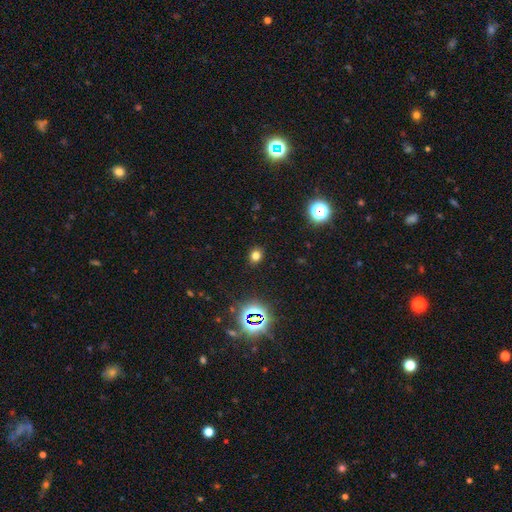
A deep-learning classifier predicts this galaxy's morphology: Smooth or featured: smooth — 72% (star or artifact — 22%)
How rounded: round — 66% (in between — 33%)
Merging: none — 88% (minor disturbance — 8%)